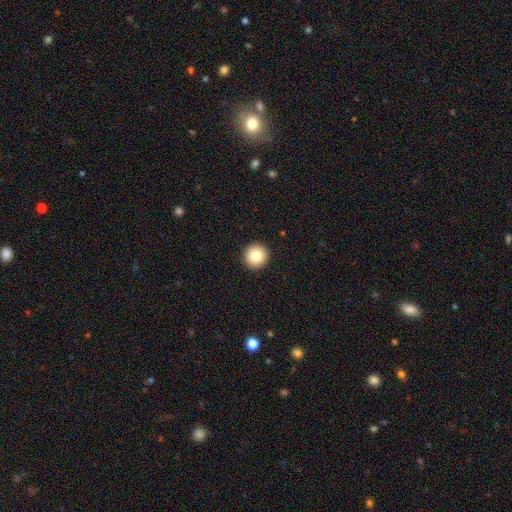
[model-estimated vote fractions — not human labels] Smooth or featured?
  - smooth: 81% *
  - star or artifact: 10%
  - featured or disk: 10%
How rounded?
  - round: 96% *
  - in between: 3%
  - cigar-shaped: 1%
Merging?
  - none: 94% *
  - minor disturbance: 4%
  - major disturbance: 1%
  - merger: 1%